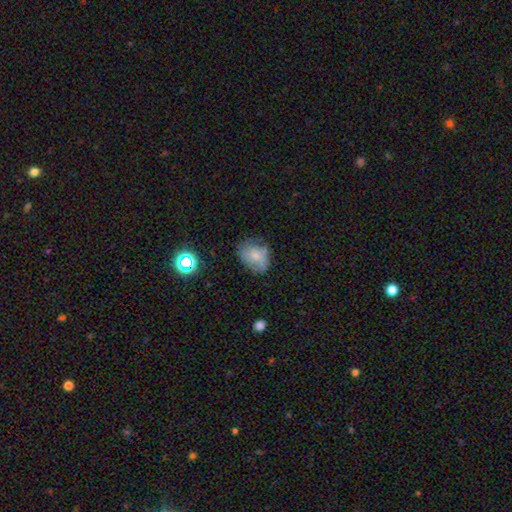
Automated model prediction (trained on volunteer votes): smooth 67%, featured or disk 21%, star or artifact 11%. Down the decision tree: how rounded — in between (64%); merging — none (52%).